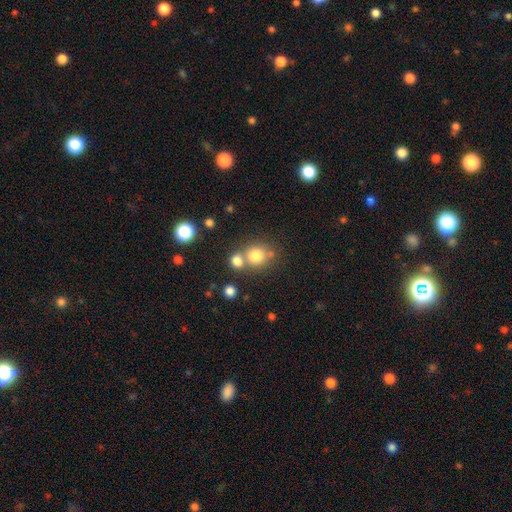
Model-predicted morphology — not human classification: This appears to be a smooth galaxy with no disk features (77%) that is round (81%). Merging: none (53%).